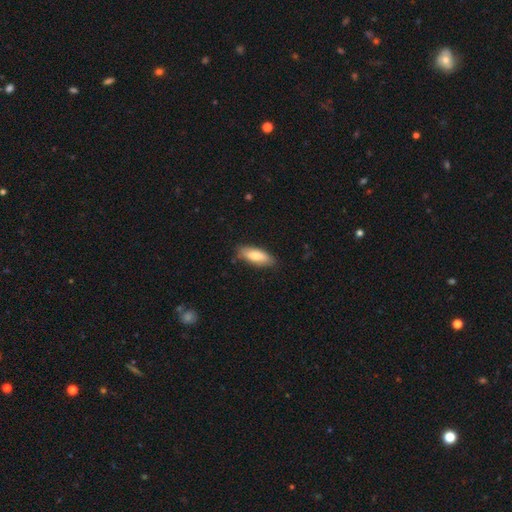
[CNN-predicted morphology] smooth-or-featured: smooth: 76% | featured or disk: 18% | star or artifact: 6%
  how-rounded: in between: 70% | cigar-shaped: 28% | round: 2%
  merging: none: 81% | minor disturbance: 15% | major disturbance: 3% | merger: 1%